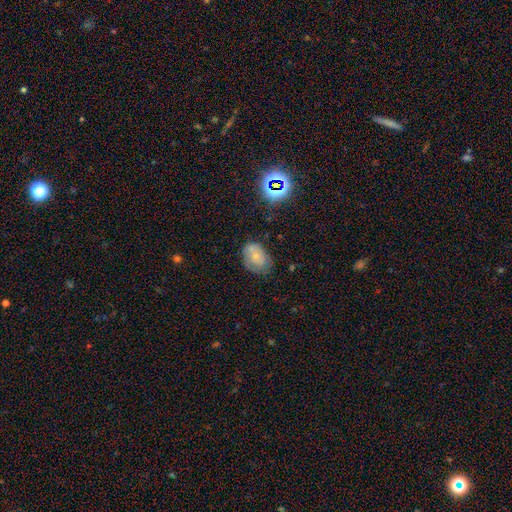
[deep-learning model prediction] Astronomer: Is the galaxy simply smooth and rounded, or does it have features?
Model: smooth — 56% (runner-up: featured or disk, 32%).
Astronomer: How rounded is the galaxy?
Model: in between — 76%.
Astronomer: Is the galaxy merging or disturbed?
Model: none — 56%.